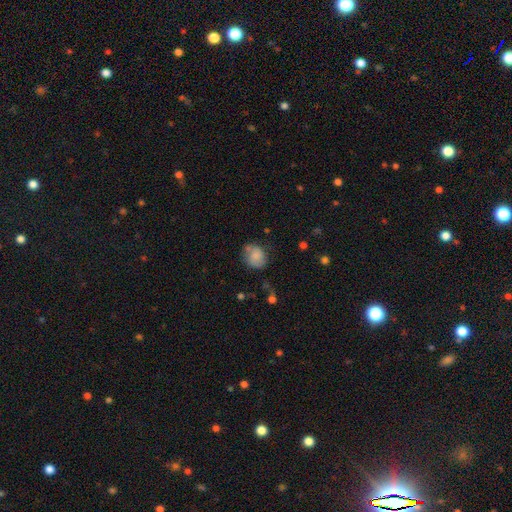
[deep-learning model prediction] The model was most divided on "how rounded": round: 65%, in between: 34%, cigar-shaped: 1%. More confident: smooth or featured — smooth (76%); merging — none (57%).